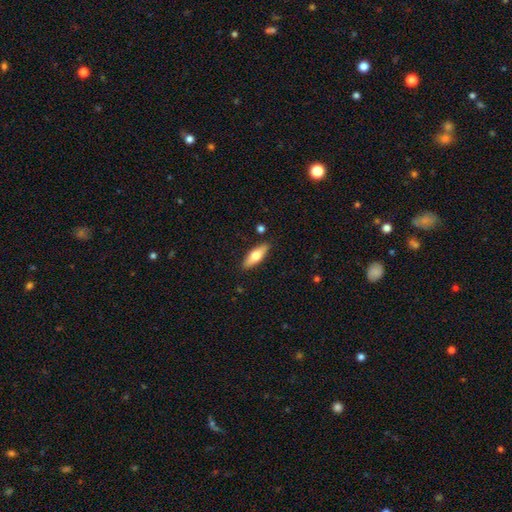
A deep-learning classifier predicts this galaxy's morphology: Overall: smooth (58%; featured or disk 36%). How rounded: in between (55%; cigar-shaped 43%). Merging: none (87%).